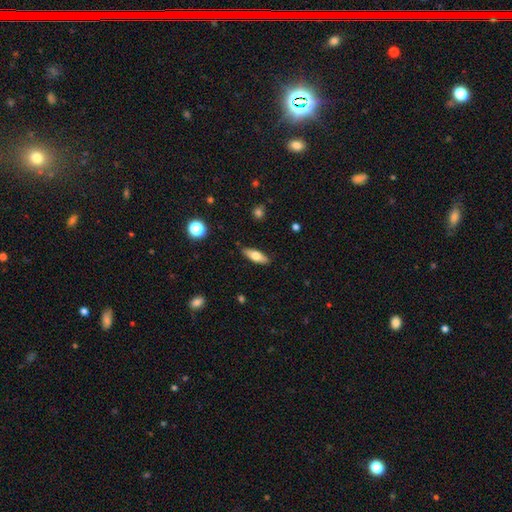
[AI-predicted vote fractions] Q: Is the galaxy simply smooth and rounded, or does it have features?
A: smooth — 64%.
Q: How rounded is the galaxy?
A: in between — 58%.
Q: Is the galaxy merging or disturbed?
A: none — 87%.